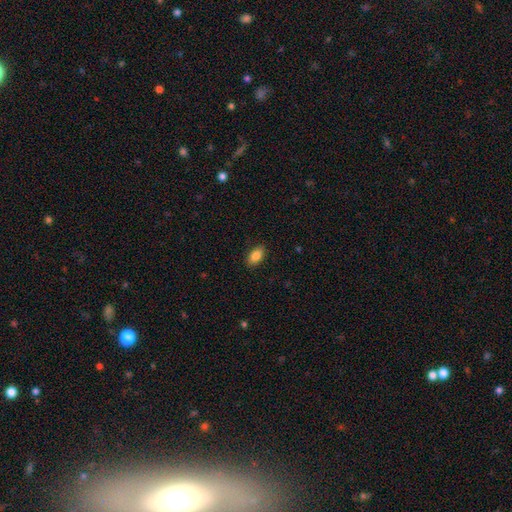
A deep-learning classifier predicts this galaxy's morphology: Smooth or featured? smooth (86%)
How rounded? in between (91%)
Merging? none (88%)